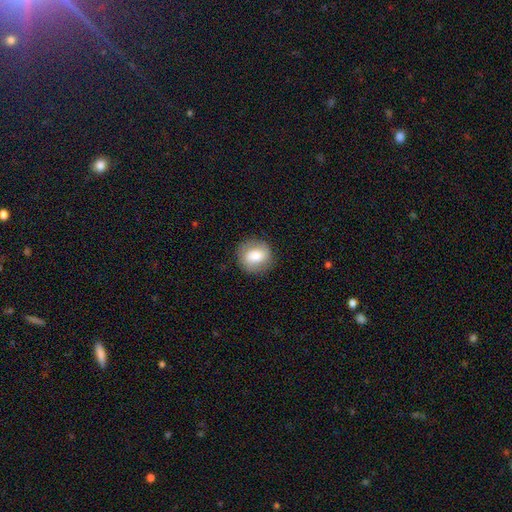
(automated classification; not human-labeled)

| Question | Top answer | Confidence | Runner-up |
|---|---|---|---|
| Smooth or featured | smooth | 74% | featured or disk (18%) |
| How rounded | round | 80% | in between (19%) |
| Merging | none | 83% | minor disturbance (11%) |